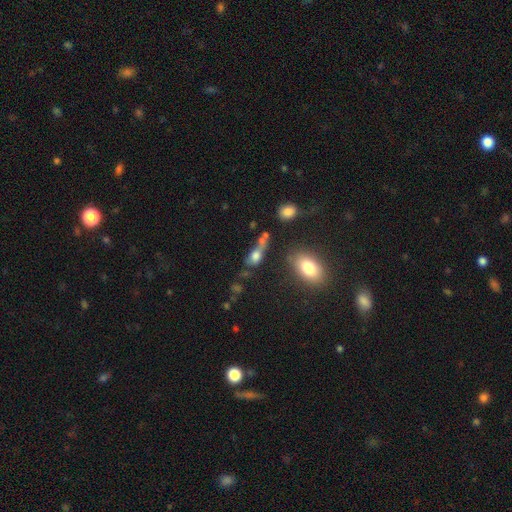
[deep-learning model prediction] A smooth galaxy with no disk features (66%) that is in between round and cigar-shaped (67%). Merging: merger (32%).